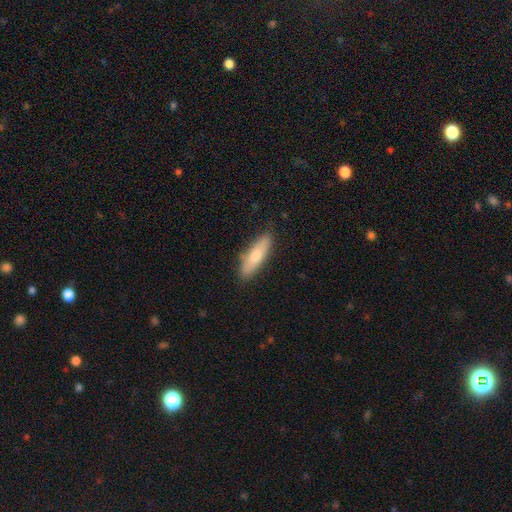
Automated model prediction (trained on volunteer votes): Morphology: type=smooth (68%); roundness=cigar-shaped (55%); merging=none (83%).